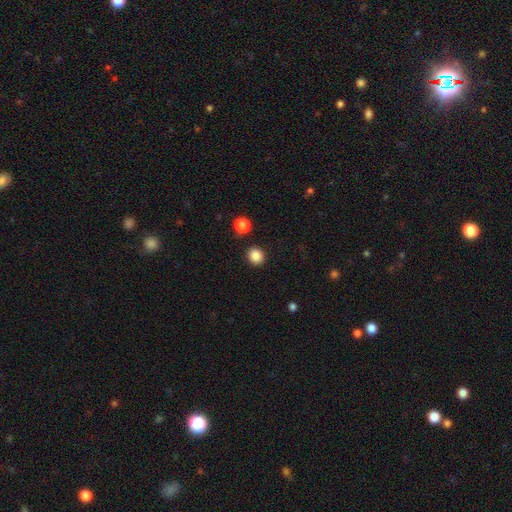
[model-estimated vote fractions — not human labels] smooth-or-featured: smooth: 87% | star or artifact: 10% | featured or disk: 3%
  how-rounded: round: 82% | in between: 17% | cigar-shaped: 1%
  merging: none: 89% | minor disturbance: 6% | merger: 2% | major disturbance: 2%